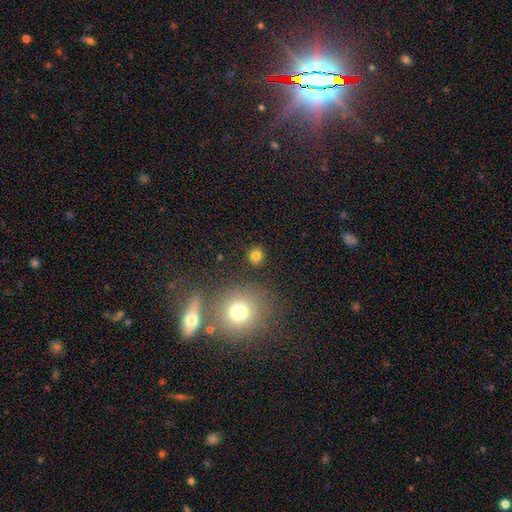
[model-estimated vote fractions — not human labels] smooth 81%, star or artifact 13%, featured or disk 6%. Down the decision tree: how rounded — round (81%); merging — none (86%).